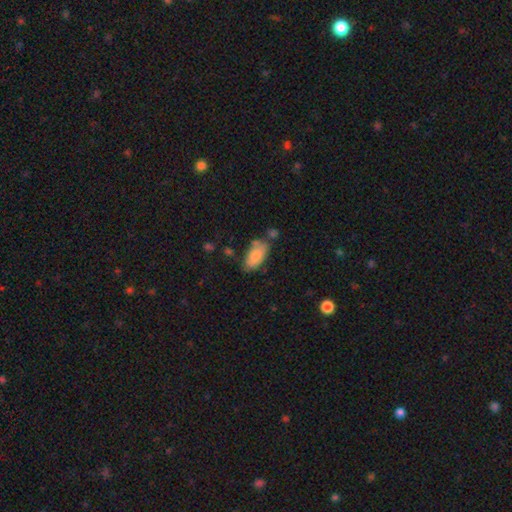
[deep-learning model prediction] Smooth or featured? smooth (82%)
How rounded? in between (91%)
Merging? none (61%)